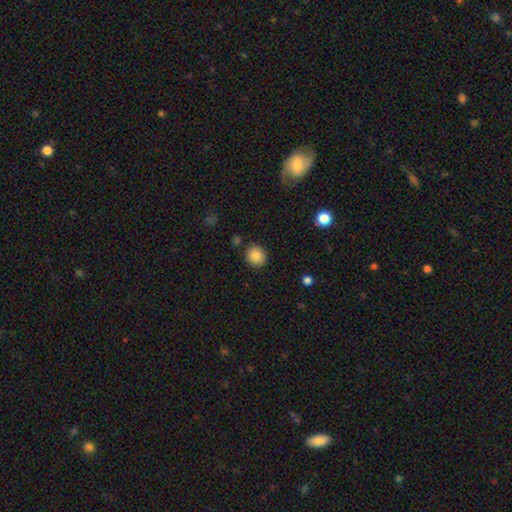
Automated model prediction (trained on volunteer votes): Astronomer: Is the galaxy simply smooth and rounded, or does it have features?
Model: smooth — 85%.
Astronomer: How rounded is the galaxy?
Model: round — 83%.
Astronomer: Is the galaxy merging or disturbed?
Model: none — 87%.